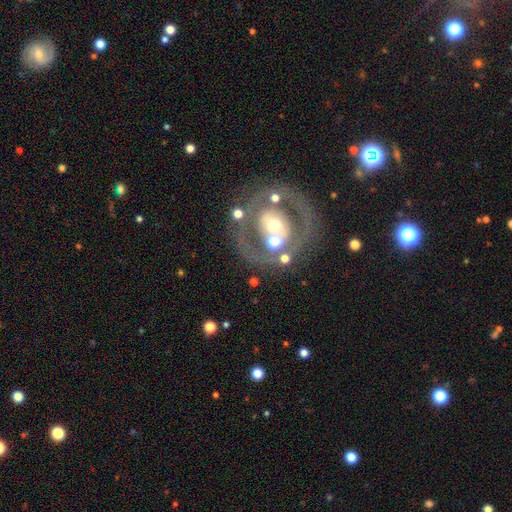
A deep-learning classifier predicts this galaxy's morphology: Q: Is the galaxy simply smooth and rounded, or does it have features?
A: featured or disk — 77%.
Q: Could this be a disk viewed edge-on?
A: no — 95%.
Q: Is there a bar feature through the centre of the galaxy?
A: no — 47%.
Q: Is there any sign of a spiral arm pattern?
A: yes — 56%.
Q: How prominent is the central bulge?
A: moderate — 55%.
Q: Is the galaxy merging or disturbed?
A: none — 68%.